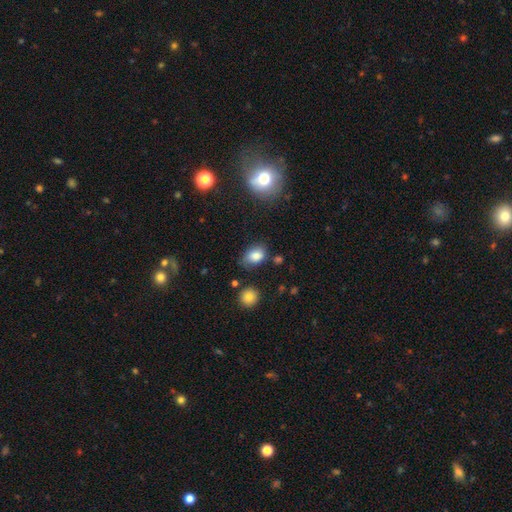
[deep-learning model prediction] The model was most divided on "merging": none: 65%, minor disturbance: 25%, major disturbance: 7%, merger: 4%. More confident: smooth or featured — smooth (82%); how rounded — in between (77%).